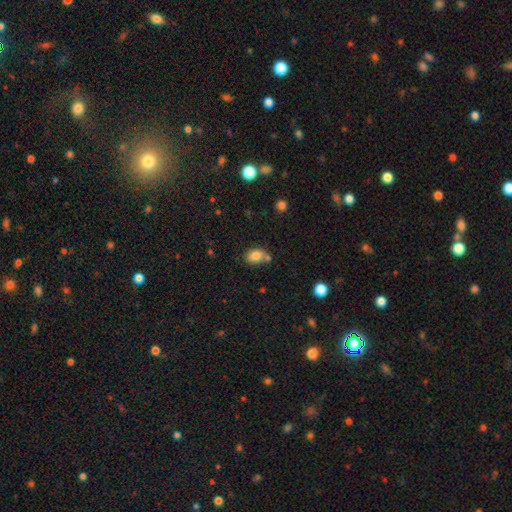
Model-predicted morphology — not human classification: Smooth or featured?
  - smooth: 82% *
  - star or artifact: 10%
  - featured or disk: 8%
How rounded?
  - in between: 70% *
  - round: 29%
  - cigar-shaped: 1%
Merging?
  - none: 57% *
  - merger: 22%
  - minor disturbance: 17%
  - major disturbance: 5%